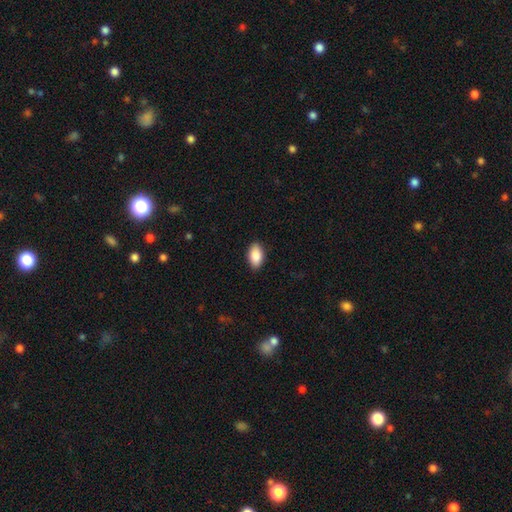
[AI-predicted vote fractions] smooth 88%, star or artifact 6%, featured or disk 5%. Down the decision tree: how rounded — in between (94%); merging — none (89%).